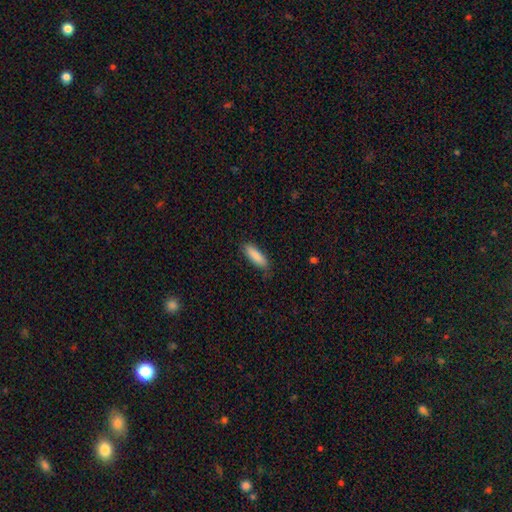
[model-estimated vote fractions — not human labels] This appears to be a smooth galaxy with no disk features (88%) that is cigar-shaped (50%). Merging: none (83%).